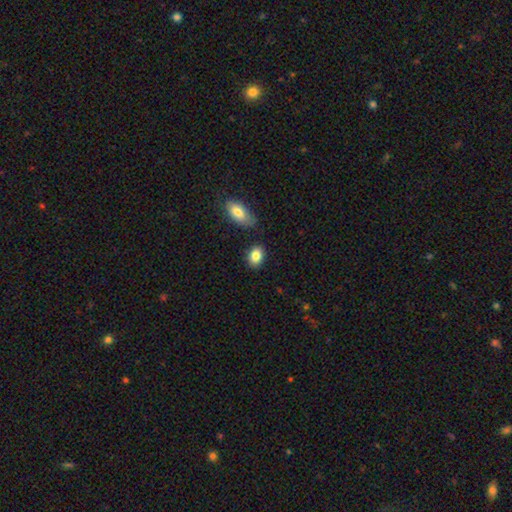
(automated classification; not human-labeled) Morphology: type=smooth (85%); roundness=in between (75%); merging=none (82%).